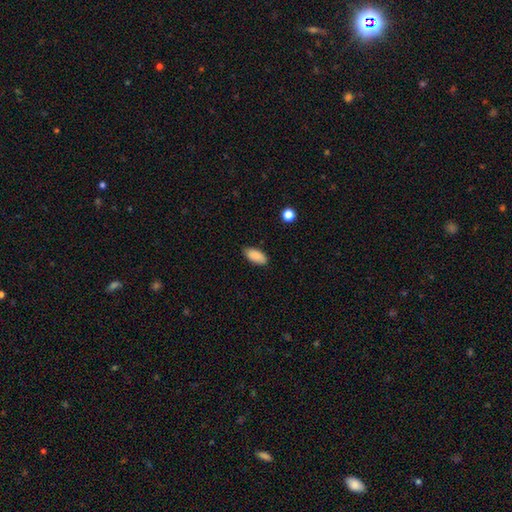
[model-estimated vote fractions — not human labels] Morphology: type=smooth (89%); roundness=in between (91%); merging=none (84%).